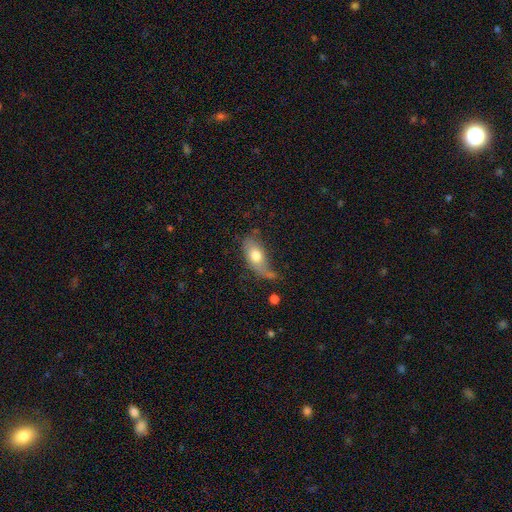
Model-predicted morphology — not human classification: smooth 65%, featured or disk 28%, star or artifact 7%. Down the decision tree: how rounded — in between (85%); merging — none (39%).